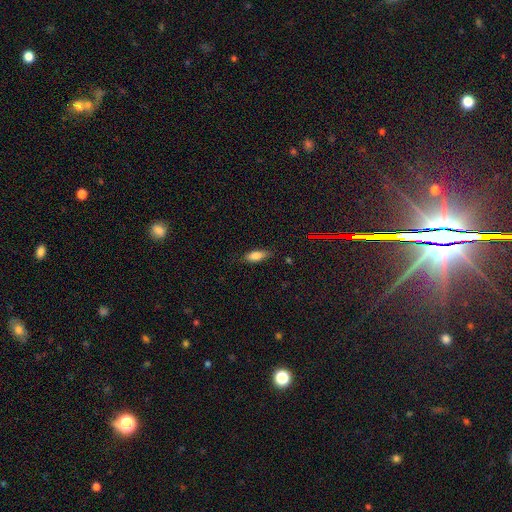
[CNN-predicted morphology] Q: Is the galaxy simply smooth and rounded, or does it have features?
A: smooth — 80%.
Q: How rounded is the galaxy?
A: in between — 77%.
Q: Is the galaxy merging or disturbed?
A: none — 79%.